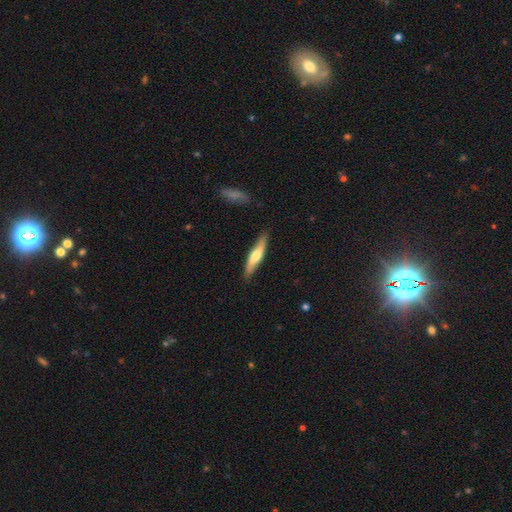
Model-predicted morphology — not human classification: The model was most divided on "smooth or featured": smooth: 53%, featured or disk: 42%, star or artifact: 5%. More confident: merging — none (84%); how rounded — cigar-shaped (83%).